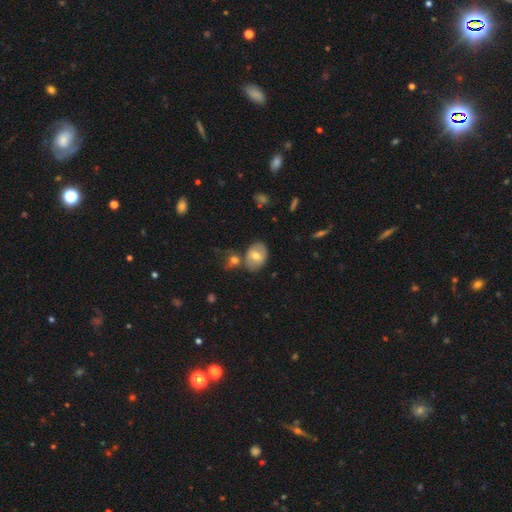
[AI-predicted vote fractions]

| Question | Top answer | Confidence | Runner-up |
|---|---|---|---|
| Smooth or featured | smooth | 65% | featured or disk (28%) |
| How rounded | in between | 72% | round (27%) |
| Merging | none | 67% | merger (17%) |